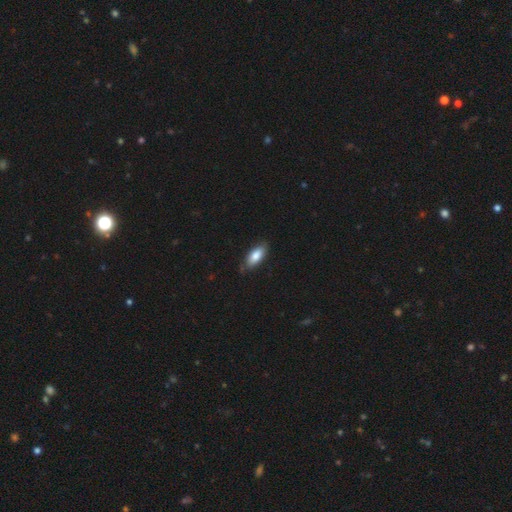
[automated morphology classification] This is clearly a smooth galaxy (82%). How rounded: clearly in between (85%). Merging: likely none (78%).